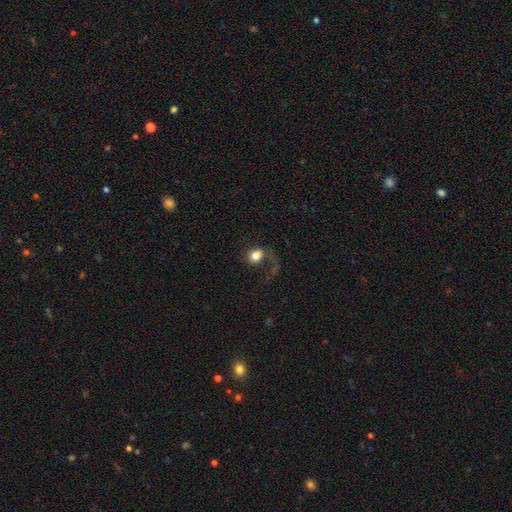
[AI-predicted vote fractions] Smooth or featured?
  - smooth: 66% *
  - featured or disk: 24%
  - star or artifact: 10%
How rounded?
  - round: 62% *
  - in between: 37%
  - cigar-shaped: 1%
Merging?
  - major disturbance: 45% *
  - none: 36%
  - minor disturbance: 14%
  - merger: 5%